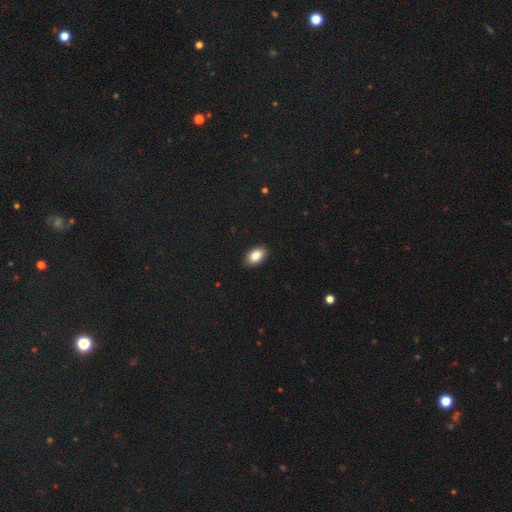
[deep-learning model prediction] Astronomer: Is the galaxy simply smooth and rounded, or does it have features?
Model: smooth — 88%.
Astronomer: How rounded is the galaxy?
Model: in between — 91%.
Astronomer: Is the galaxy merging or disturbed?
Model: none — 90%.